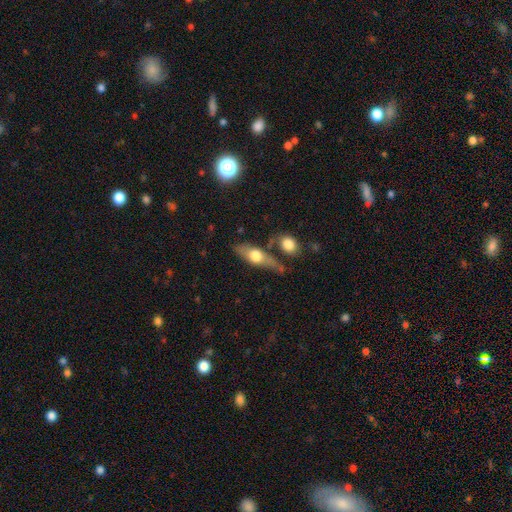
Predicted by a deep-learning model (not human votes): Smooth or featured: smooth — 49% (featured or disk — 45%)
Merging: none — 64% (minor disturbance — 18%)